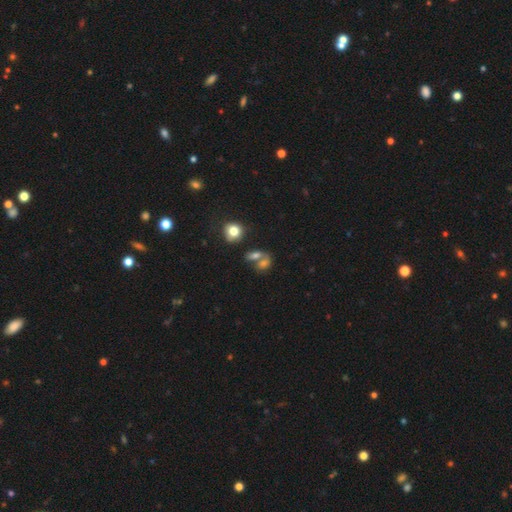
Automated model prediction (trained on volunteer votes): Smooth or featured? smooth (65%)
How rounded? in between (67%)
Merging? merger (48%)